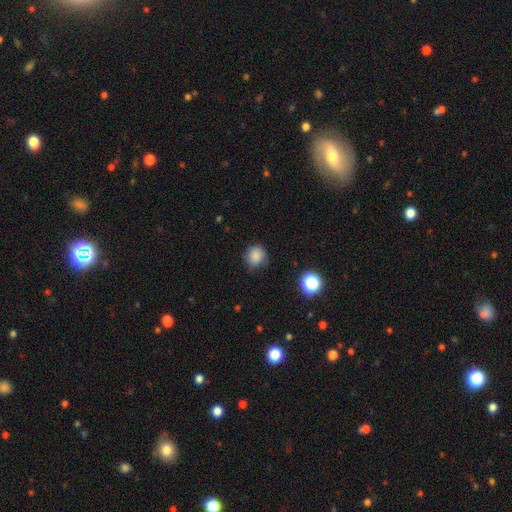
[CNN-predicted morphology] Q: Smooth or featured?
A: smooth (84%); runner-up: star or artifact (11%)
Q: How rounded?
A: round (88%); runner-up: in between (11%)
Q: Merging?
A: none (78%); runner-up: minor disturbance (17%)